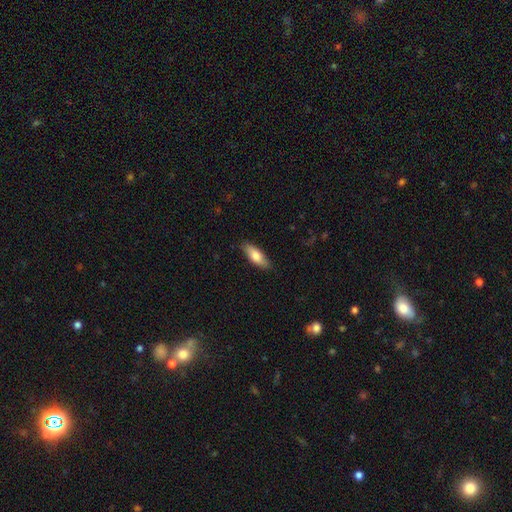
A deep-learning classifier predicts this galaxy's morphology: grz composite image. It shows a smooth galaxy with no disk features (74%) that is in between round and cigar-shaped (64%). Merging: none (86%).